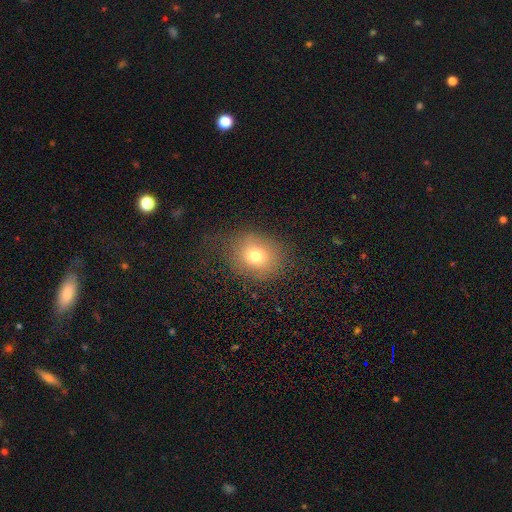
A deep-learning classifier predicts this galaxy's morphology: type=smooth (74%); roundness=round (65%); merging=none (68%).